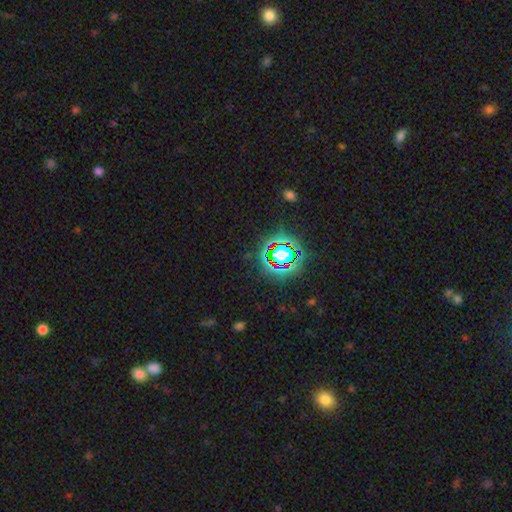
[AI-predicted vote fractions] Smooth or featured? Predicted: star or artifact (p=0.78).